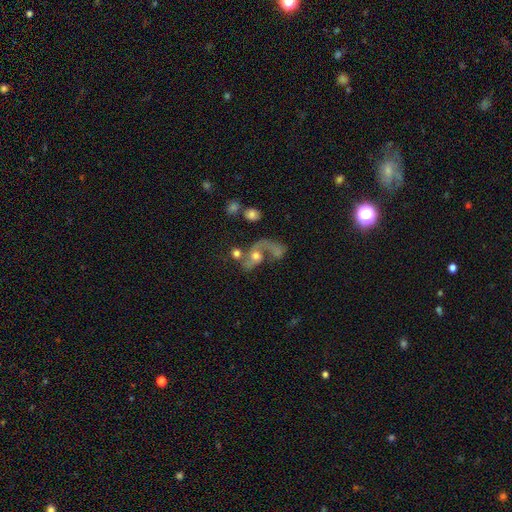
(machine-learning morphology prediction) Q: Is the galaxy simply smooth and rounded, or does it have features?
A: featured or disk — 63%.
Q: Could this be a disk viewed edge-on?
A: no — 96%.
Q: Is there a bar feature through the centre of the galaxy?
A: no — 73%.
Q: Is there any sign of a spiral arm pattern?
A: yes — 69%.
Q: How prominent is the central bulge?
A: moderate — 50%.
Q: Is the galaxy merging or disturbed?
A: merger — 38%.